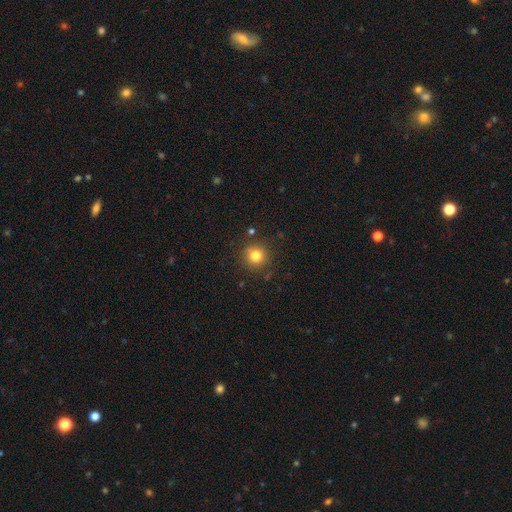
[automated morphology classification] A smooth galaxy with no disk features (80%) that is round (93%).

Vote fractions:
- Smooth or featured? smooth: 80% / star or artifact: 13% / featured or disk: 7%
- How rounded? round: 93% / in between: 6% / cigar-shaped: 1%
- Merging? none: 87% / minor disturbance: 8% / merger: 3% / major disturbance: 3%